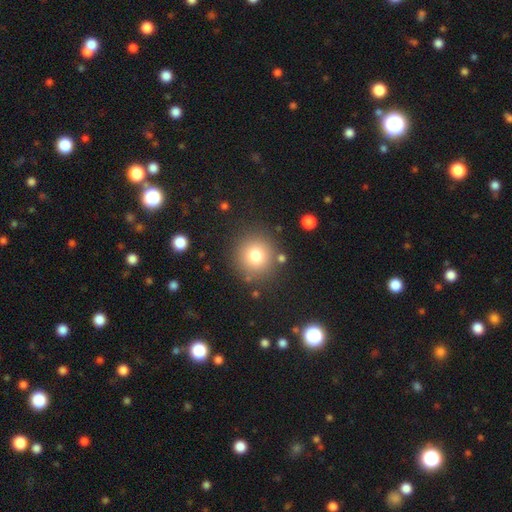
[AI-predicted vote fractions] Overall: smooth (76%). How rounded: round (93%). Merging: none (85%).